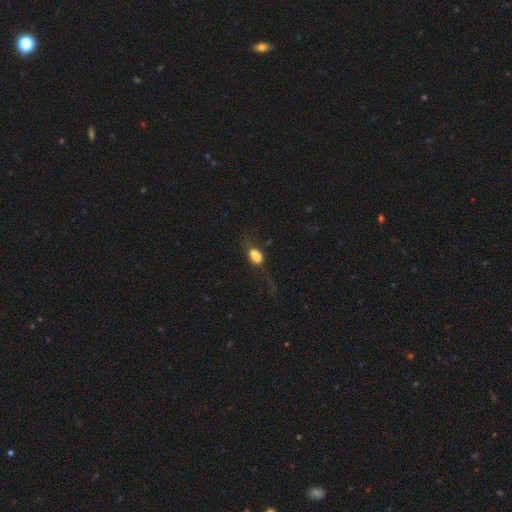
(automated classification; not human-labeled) Smooth or featured? smooth (75%)
How rounded? in between (84%)
Merging? none (34%)